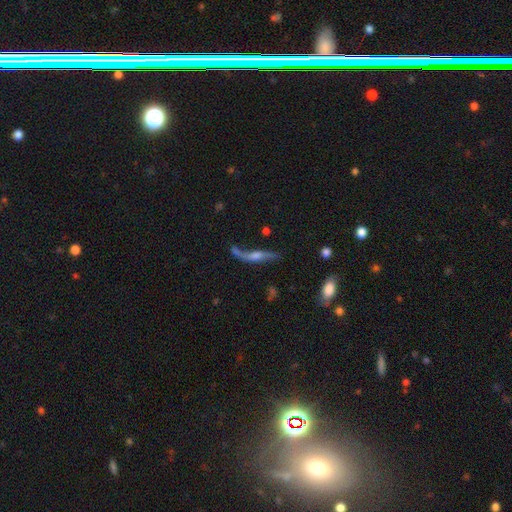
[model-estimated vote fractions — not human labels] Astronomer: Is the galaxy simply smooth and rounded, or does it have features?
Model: featured or disk — 65%.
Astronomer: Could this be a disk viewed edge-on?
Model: yes — 60% (runner-up: no, 40%).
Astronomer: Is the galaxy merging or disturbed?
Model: none — 43% (runner-up: minor disturbance, 22%).